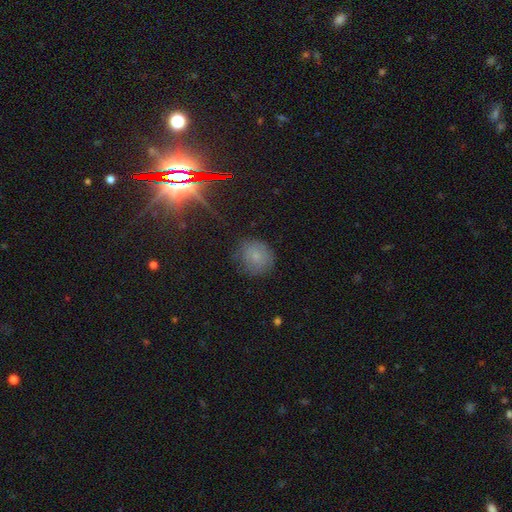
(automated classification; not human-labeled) Overall: smooth (66%). How rounded: round (82%). Merging: none (77%).